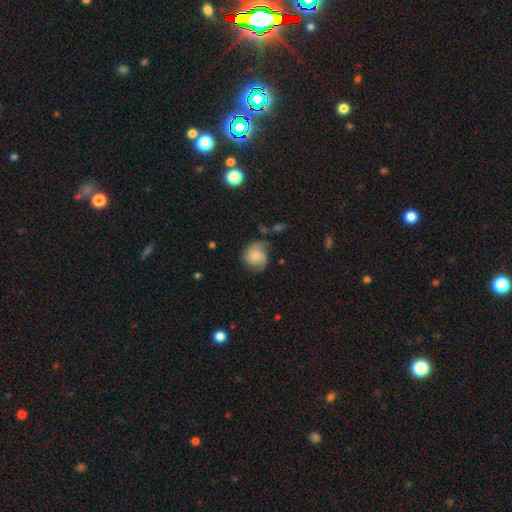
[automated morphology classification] type=smooth (61%); roundness=round (80%); merging=none (54%).